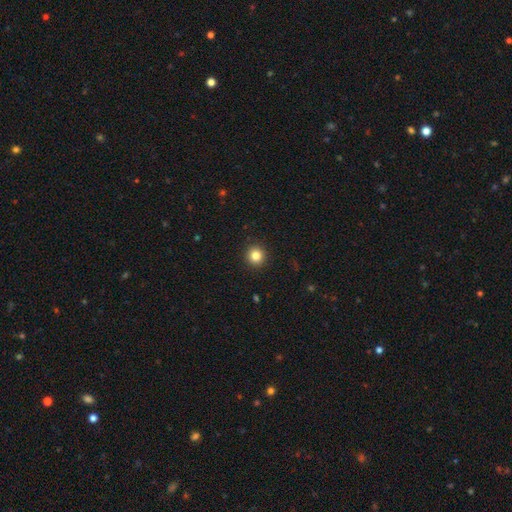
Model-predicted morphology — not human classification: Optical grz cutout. It shows a smooth galaxy with no disk features (83%) that is round (94%). Merging: none (93%).